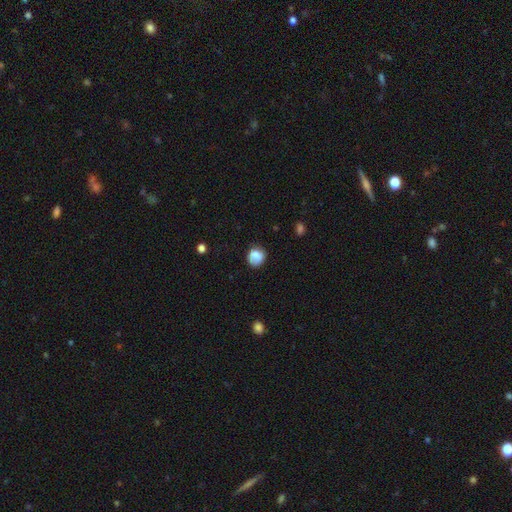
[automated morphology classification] Smooth or featured? smooth (81%)
How rounded? round (79%)
Merging? none (68%)